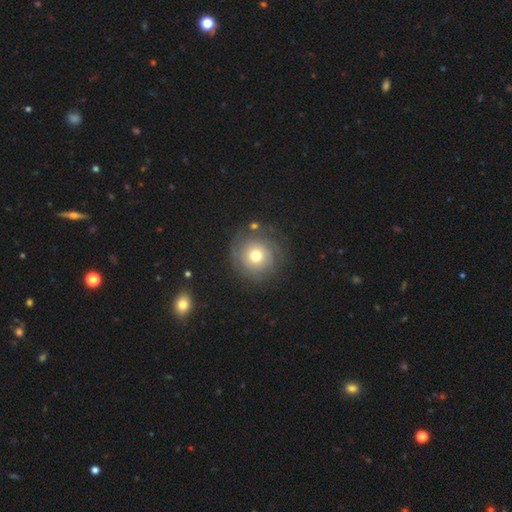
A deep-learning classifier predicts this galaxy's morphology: type=featured or disk (54%); edge-on=no (97%); bar=no (87%); spiral arms=yes (75%); bulge=moderate (71%); merging=none (76%).